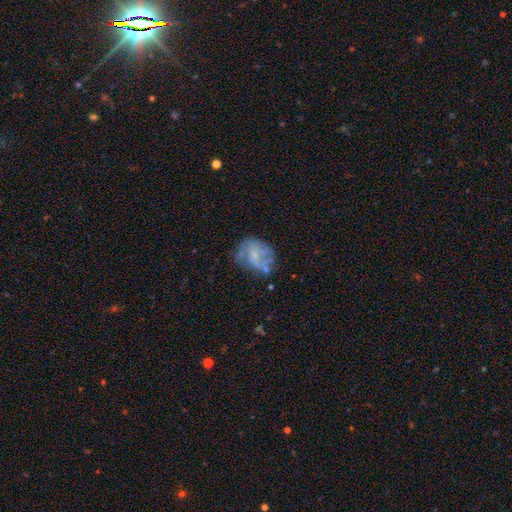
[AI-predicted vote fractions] This appears to be a featured or disk galaxy (58%) with no bar (63%), spiral arms (61%) and a small central bulge (39%). Merging: none (50%).